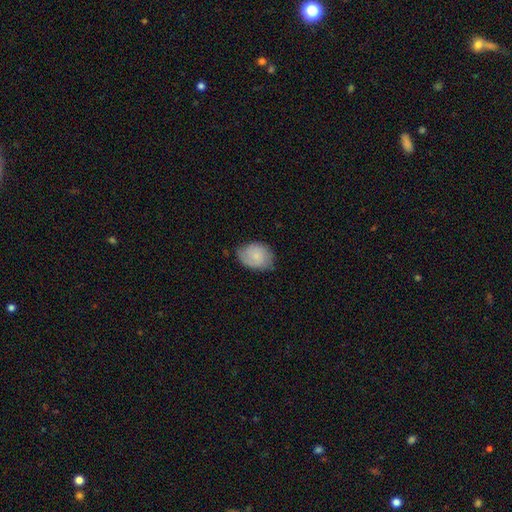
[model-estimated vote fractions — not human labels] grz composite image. It shows a smooth galaxy with no disk features (60%) that is in between round and cigar-shaped (60%). Merging: none (63%).